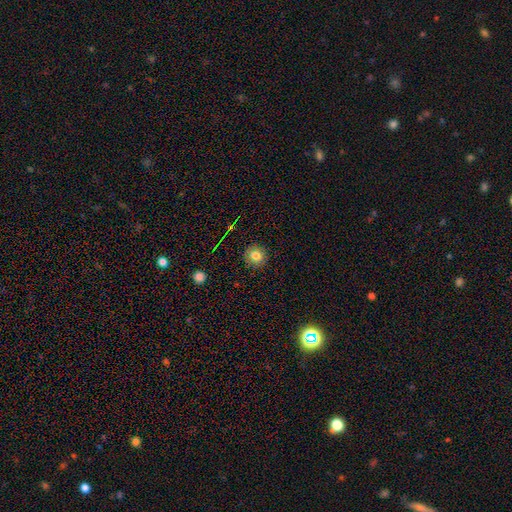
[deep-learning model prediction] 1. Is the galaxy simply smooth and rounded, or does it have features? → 79% smooth, 12% star or artifact, 9% featured or disk.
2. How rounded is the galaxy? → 92% round, 7% in between, 1% cigar-shaped.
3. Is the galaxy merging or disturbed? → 90% none, 7% minor disturbance, 2% major disturbance, 1% merger.